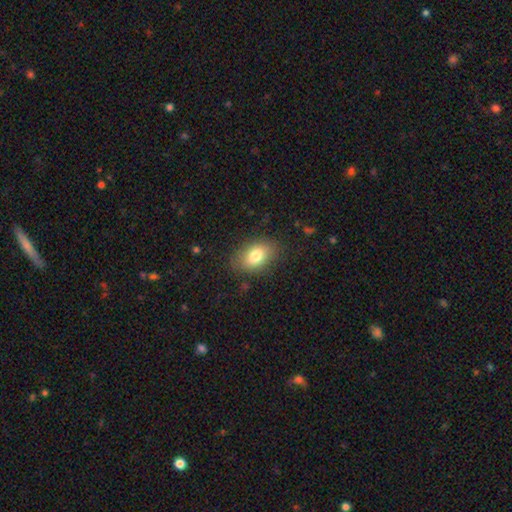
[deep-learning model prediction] Smooth or featured?
  - smooth: 80% *
  - featured or disk: 12%
  - star or artifact: 8%
How rounded?
  - in between: 85% *
  - round: 13%
  - cigar-shaped: 2%
Merging?
  - none: 81% *
  - minor disturbance: 14%
  - major disturbance: 4%
  - merger: 1%